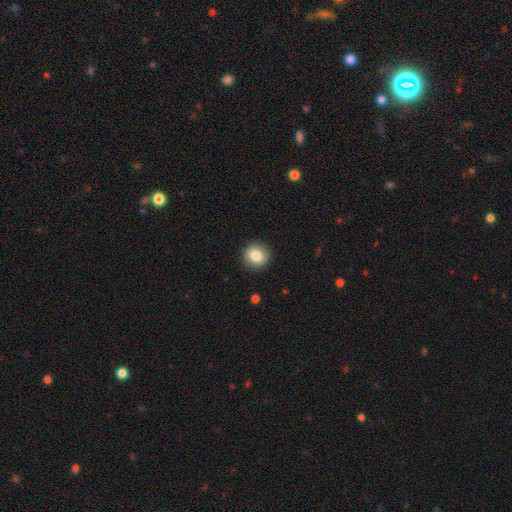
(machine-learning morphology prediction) Smooth or featured? smooth (83%)
How rounded? round (84%)
Merging? none (89%)